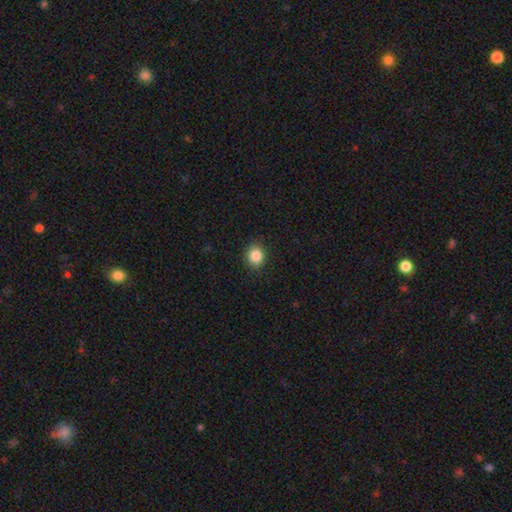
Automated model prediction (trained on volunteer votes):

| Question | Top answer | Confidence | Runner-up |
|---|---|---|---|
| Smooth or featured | smooth | 86% | star or artifact (10%) |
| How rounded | round | 71% | in between (28%) |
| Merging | none | 89% | minor disturbance (8%) |